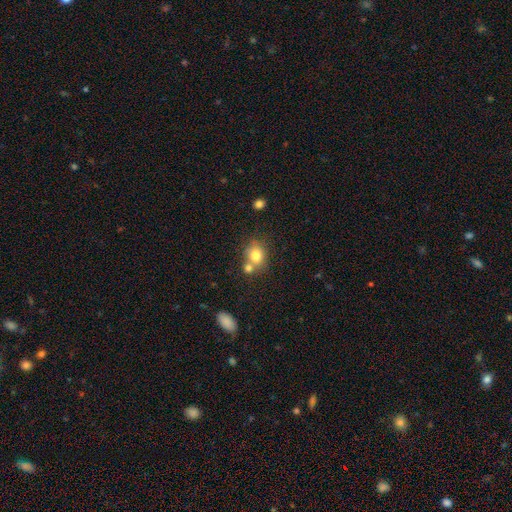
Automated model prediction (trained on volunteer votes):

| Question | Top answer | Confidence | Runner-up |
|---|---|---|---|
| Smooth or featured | smooth | 79% | star or artifact (10%) |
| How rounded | round | 64% | in between (35%) |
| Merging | none | 51% | merger (34%) |